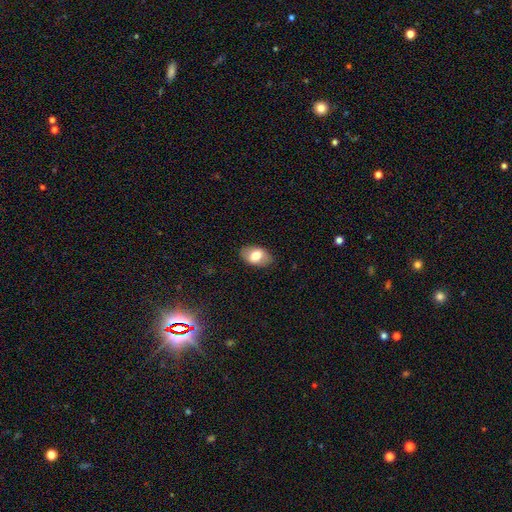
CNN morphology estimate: This appears to be a smooth galaxy with no disk features (71%) that is in between round and cigar-shaped (89%). Merging: none (85%).